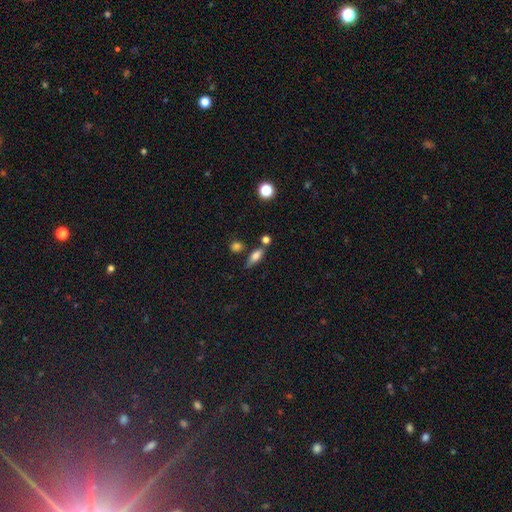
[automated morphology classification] Smooth or featured: smooth — 69% (featured or disk — 21%)
How rounded: in between — 65% (cigar-shaped — 30%)
Merging: none — 66% (minor disturbance — 17%)